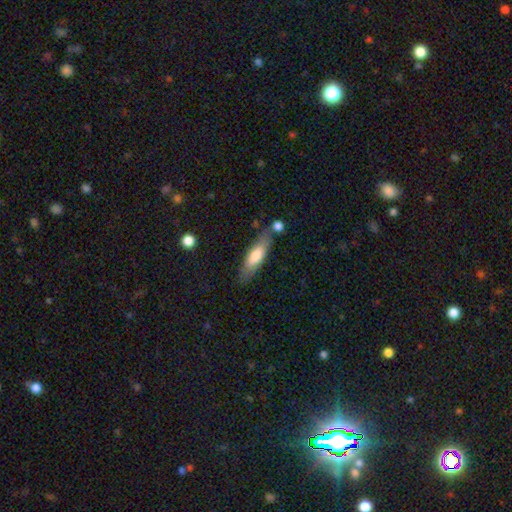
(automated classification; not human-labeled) Smooth or featured? Predicted: smooth (p=0.68). How rounded? Predicted: cigar-shaped (p=0.58). Merging? Predicted: none (p=0.69).